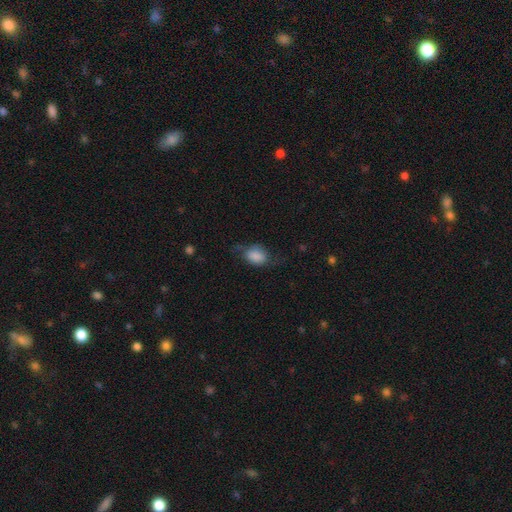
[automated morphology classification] Q: Smooth or featured?
A: smooth (78%); runner-up: featured or disk (13%)
Q: How rounded?
A: in between (68%); runner-up: round (30%)
Q: Merging?
A: none (46%); runner-up: minor disturbance (32%)